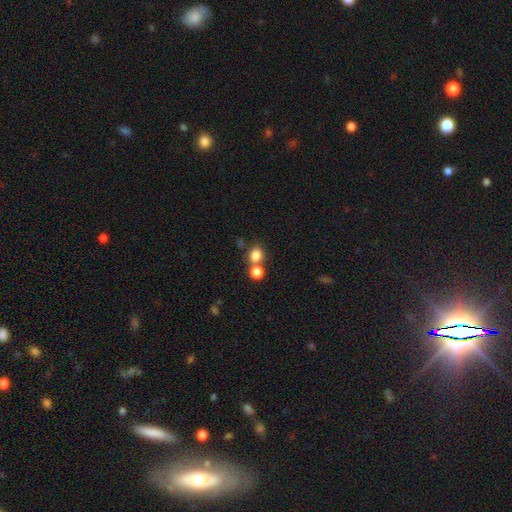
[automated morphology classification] smooth 81%, star or artifact 13%, featured or disk 7%. Down the decision tree: how rounded — round (65%); merging — none (55%).